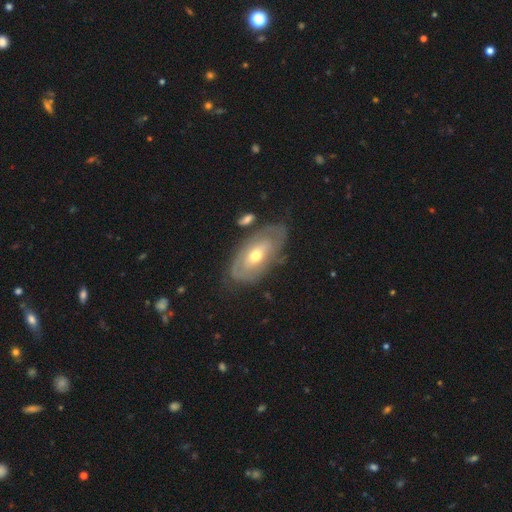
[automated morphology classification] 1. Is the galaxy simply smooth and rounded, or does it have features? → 67% featured or disk, 27% smooth, 5% star or artifact.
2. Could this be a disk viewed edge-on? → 90% no, 10% yes.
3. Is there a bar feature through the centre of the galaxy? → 68% no, 24% weak, 8% strong.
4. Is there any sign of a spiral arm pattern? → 59% yes, 41% no.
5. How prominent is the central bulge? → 65% moderate, 29% small, 4% large, 1% dominant, 1% none.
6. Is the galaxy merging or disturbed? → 64% none, 22% minor disturbance, 9% major disturbance, 4% merger.